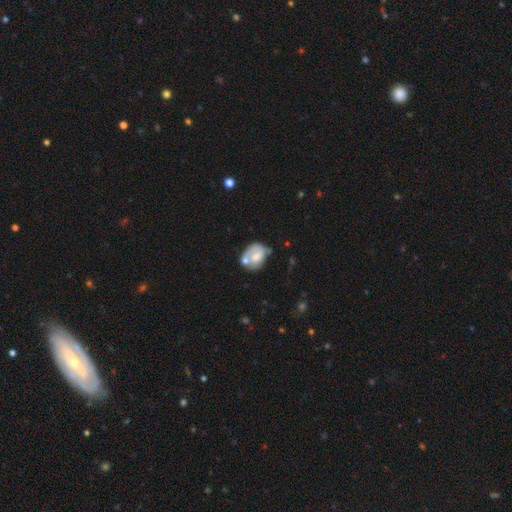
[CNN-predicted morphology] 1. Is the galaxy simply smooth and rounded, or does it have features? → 52% smooth, 41% featured or disk, 8% star or artifact.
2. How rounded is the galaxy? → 57% in between, 42% round, 1% cigar-shaped.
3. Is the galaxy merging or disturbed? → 34% none, 26% merger, 24% minor disturbance, 16% major disturbance.